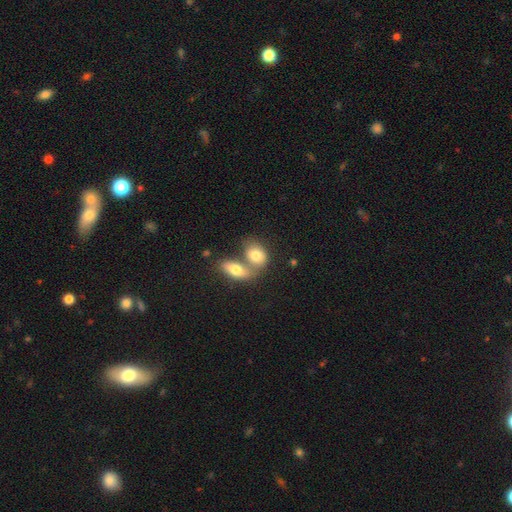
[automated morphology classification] A smooth galaxy with no disk features (76%) that is in between round and cigar-shaped (77%). Merging: merger (63%).